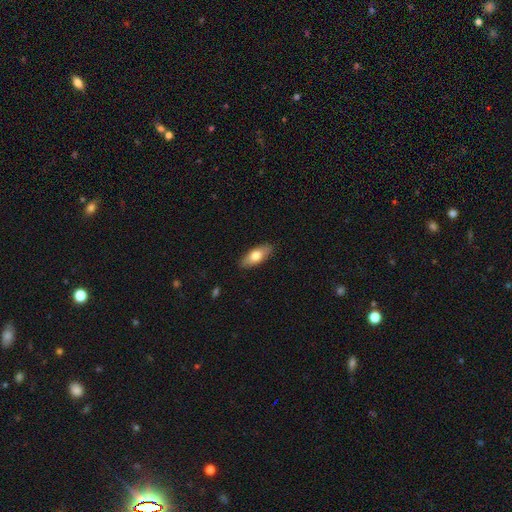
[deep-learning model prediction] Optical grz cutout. It shows a smooth galaxy with no disk features (73%) that is in between round and cigar-shaped (80%). Merging: none (88%).